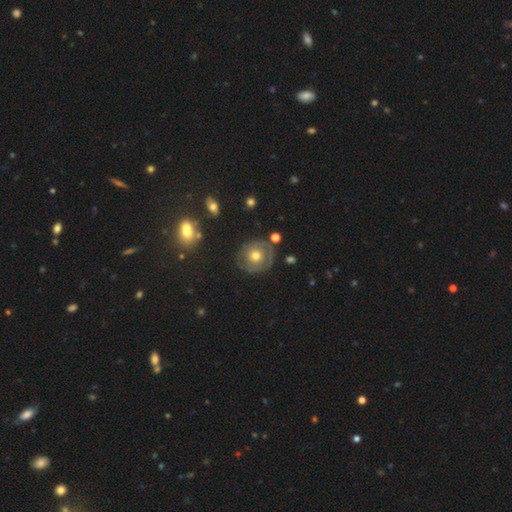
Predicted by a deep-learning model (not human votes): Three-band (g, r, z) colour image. It shows a featured or disk galaxy (50%). Merging: none (74%).